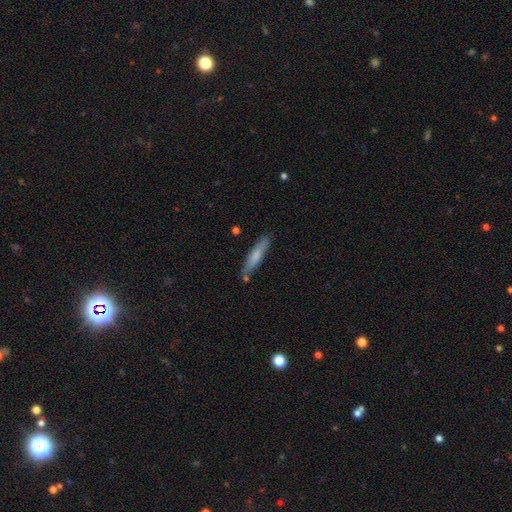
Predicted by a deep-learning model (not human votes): A smooth galaxy with no disk features (71%) that is cigar-shaped (86%). Merging: none (78%).